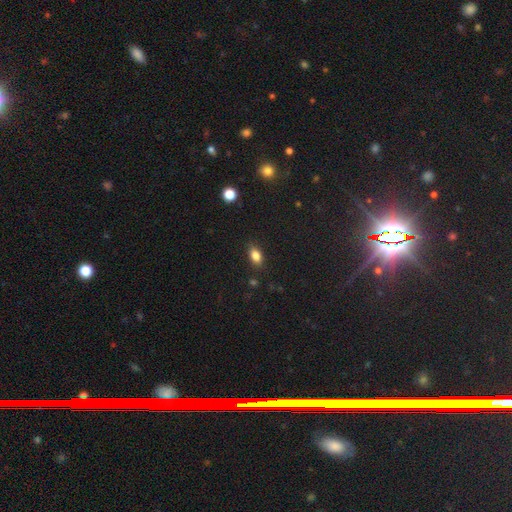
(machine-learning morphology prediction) smooth 83%, star or artifact 10%, featured or disk 6%. Down the decision tree: how rounded — in between (85%); merging — none (84%).